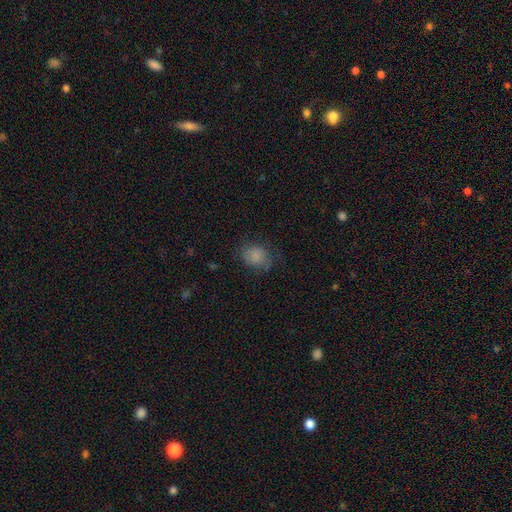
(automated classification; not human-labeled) A smooth galaxy with no disk features (80%) that is in between round and cigar-shaped (51%).

Vote fractions:
- Smooth or featured? smooth: 80% / star or artifact: 10% / featured or disk: 10%
- How rounded? in between: 51% / round: 48% / cigar-shaped: 1%
- Merging? none: 61% / minor disturbance: 25% / major disturbance: 12% / merger: 1%